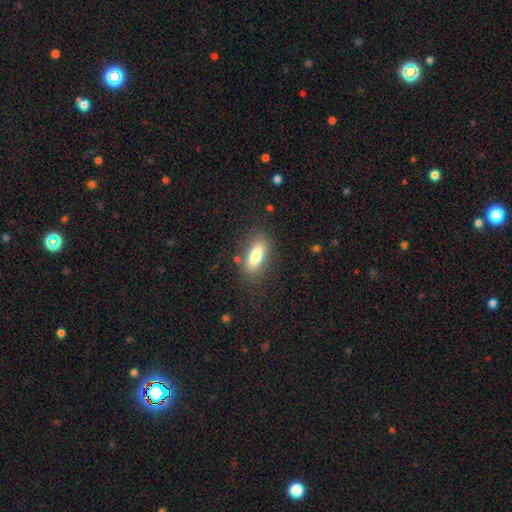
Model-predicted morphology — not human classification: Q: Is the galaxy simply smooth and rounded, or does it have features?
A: smooth — 78%.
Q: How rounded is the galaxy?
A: in between — 77%.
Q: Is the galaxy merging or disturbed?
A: none — 81%.